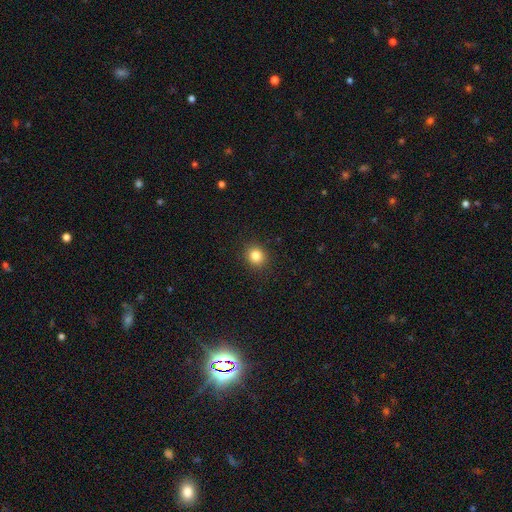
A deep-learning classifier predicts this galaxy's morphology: The model was most divided on "how rounded": round: 81%, in between: 18%, cigar-shaped: 1%. More confident: merging — none (91%); smooth or featured — smooth (83%).